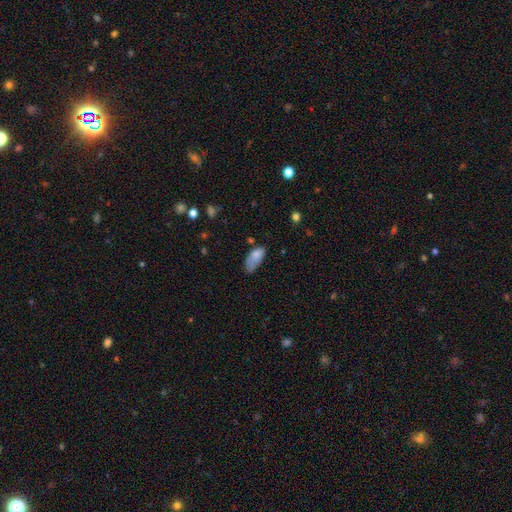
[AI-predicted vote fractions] smooth 78%, featured or disk 14%, star or artifact 8%. Down the decision tree: how rounded — in between (89%); merging — minor disturbance (39%).